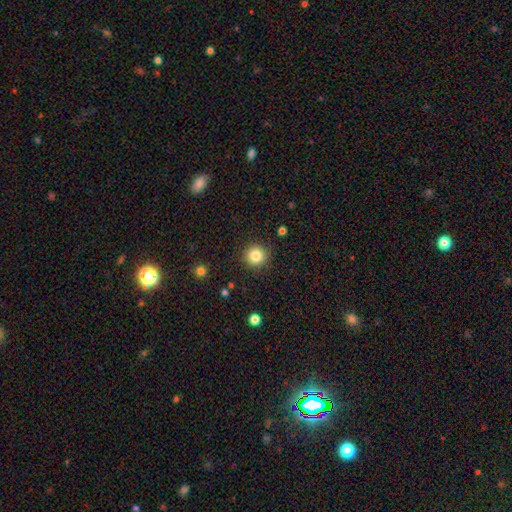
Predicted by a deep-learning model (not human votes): smooth-or-featured: smooth: 84% | star or artifact: 11% | featured or disk: 5%
  how-rounded: round: 94% | in between: 5% | cigar-shaped: 1%
  merging: none: 91% | minor disturbance: 6% | major disturbance: 2% | merger: 1%